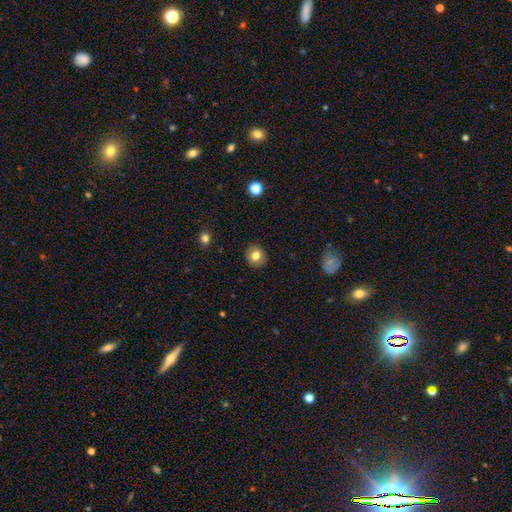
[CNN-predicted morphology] The model was most divided on "smooth or featured": smooth: 80%, featured or disk: 10%, star or artifact: 10%. More confident: merging — none (91%); how rounded — round (85%).